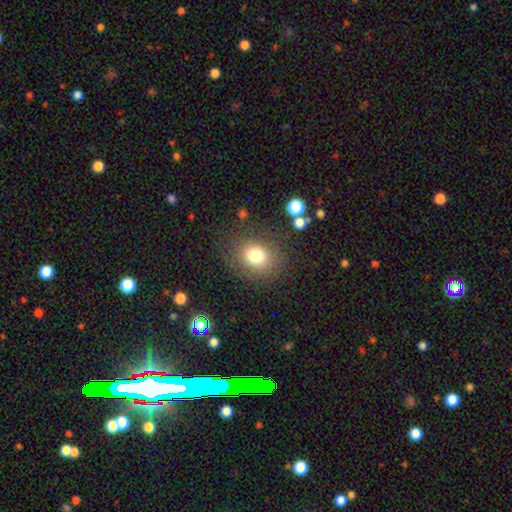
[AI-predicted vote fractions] smooth_or_featured: smooth (p=0.76) [alt: star or artifact p=0.12]
how_rounded: round (p=0.61) [alt: in between p=0.38]
merging: none (p=0.78) [alt: minor disturbance p=0.12]